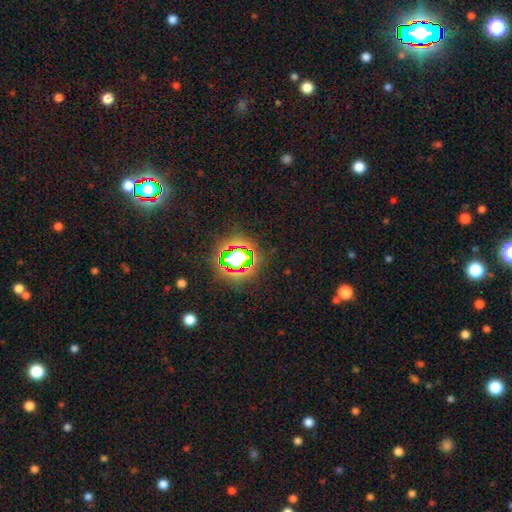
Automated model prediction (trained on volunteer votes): Smooth or featured: star or artifact — 82% (smooth — 11%)